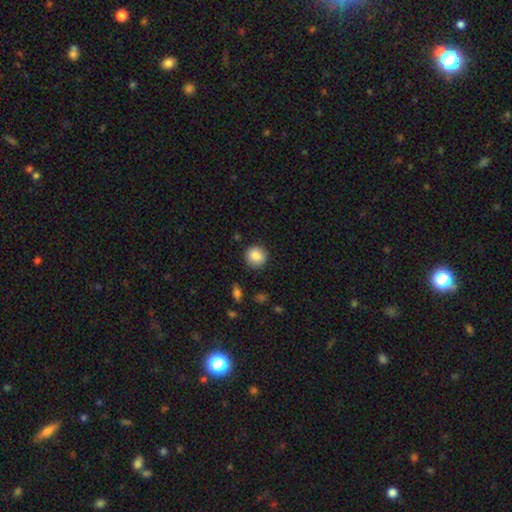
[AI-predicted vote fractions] Smooth or featured? smooth (88%)
How rounded? round (91%)
Merging? none (88%)